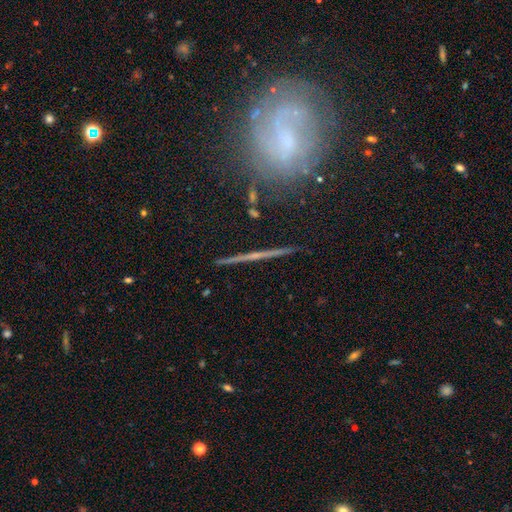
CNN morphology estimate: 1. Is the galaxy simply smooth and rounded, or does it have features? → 67% featured or disk, 18% smooth, 15% star or artifact.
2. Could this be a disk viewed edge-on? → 84% yes, 16% no.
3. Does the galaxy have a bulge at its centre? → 60% none, 31% rounded, 9% boxy.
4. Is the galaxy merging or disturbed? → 85% none, 9% minor disturbance, 3% merger, 3% major disturbance.